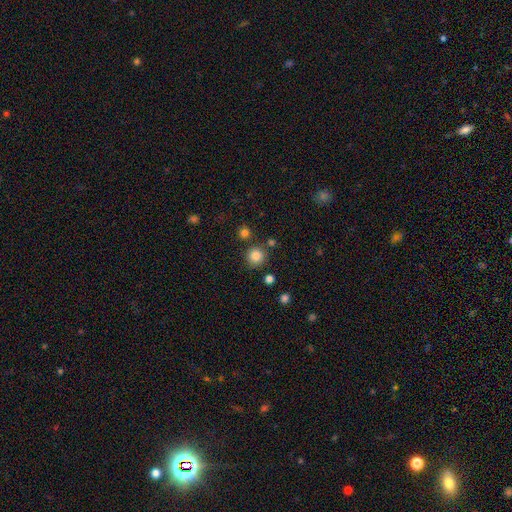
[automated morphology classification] Smooth or featured?
  - smooth: 84% *
  - star or artifact: 12%
  - featured or disk: 4%
How rounded?
  - round: 93% *
  - in between: 6%
  - cigar-shaped: 1%
Merging?
  - none: 84% *
  - minor disturbance: 8%
  - merger: 6%
  - major disturbance: 3%